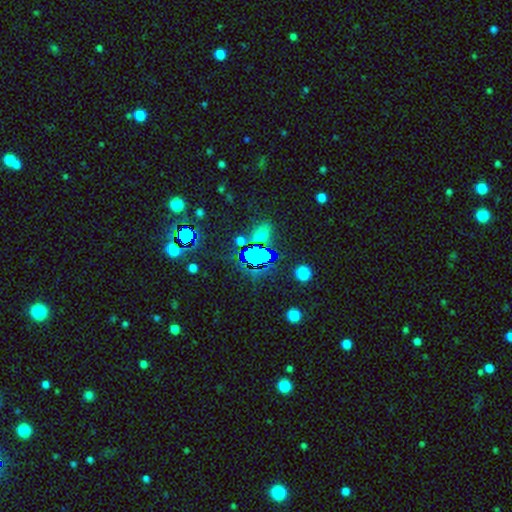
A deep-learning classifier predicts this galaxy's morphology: Smooth or featured?
  - star or artifact: 59% *
  - smooth: 30%
  - featured or disk: 11%